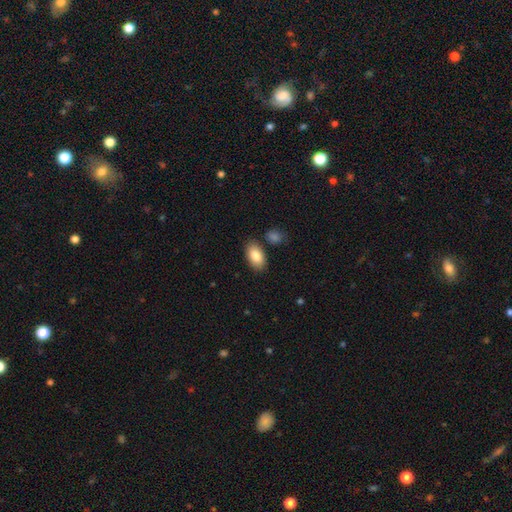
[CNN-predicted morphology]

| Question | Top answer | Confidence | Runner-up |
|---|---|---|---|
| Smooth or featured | smooth | 85% | featured or disk (9%) |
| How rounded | in between | 94% | round (4%) |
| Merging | none | 82% | minor disturbance (11%) |